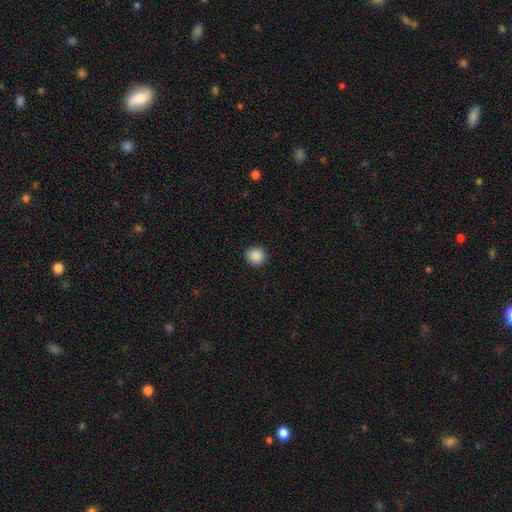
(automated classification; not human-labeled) A smooth galaxy with no disk features (88%) that is round (90%).

Vote fractions:
- Smooth or featured? smooth: 88% / star or artifact: 9% / featured or disk: 2%
- How rounded? round: 90% / in between: 9% / cigar-shaped: 1%
- Merging? none: 91% / minor disturbance: 6% / major disturbance: 2% / merger: 1%